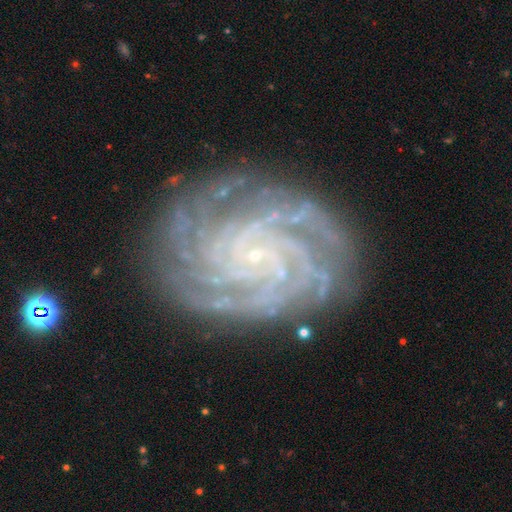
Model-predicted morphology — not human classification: Smooth or featured? Predicted: featured or disk (p=0.92). Edge-on disk? Predicted: no (p=0.98). Bar? Predicted: no (p=0.70). Spiral arms? Predicted: yes (p=0.99). Spiral winding? Predicted: tight (p=0.82). Spiral arm count? Predicted: more than 4 (p=0.31). Bulge size? Predicted: small (p=0.89). Merging? Predicted: none (p=0.81).